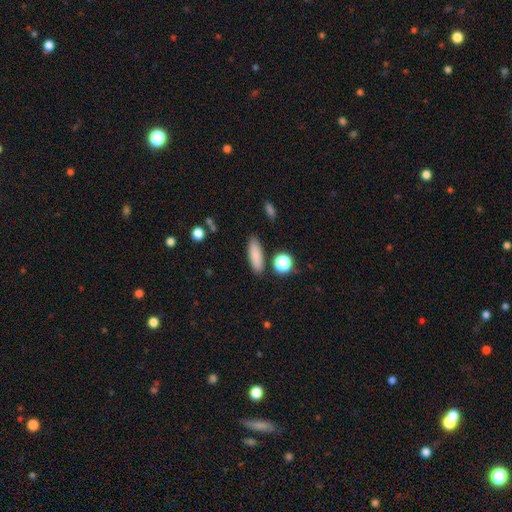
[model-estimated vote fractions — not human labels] This is clearly a smooth galaxy (85%). How rounded: possibly in between (52%). Merging: clearly none (85%).